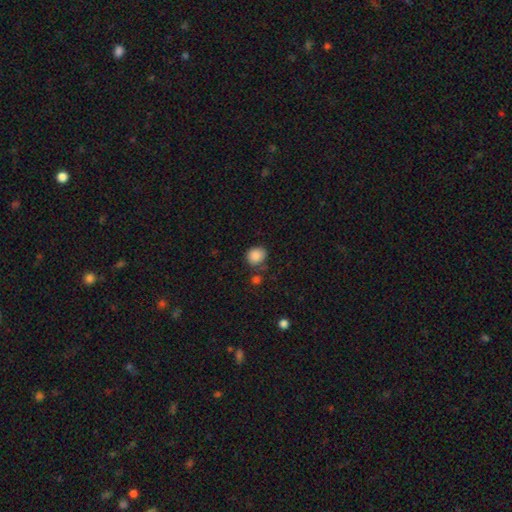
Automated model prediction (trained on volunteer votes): Smooth or featured?
  - smooth: 87% *
  - star or artifact: 9%
  - featured or disk: 4%
How rounded?
  - round: 78% *
  - in between: 21%
  - cigar-shaped: 1%
Merging?
  - none: 73% *
  - minor disturbance: 15%
  - merger: 8%
  - major disturbance: 4%